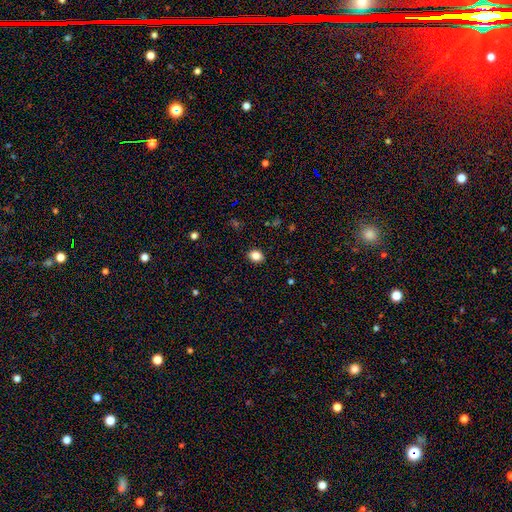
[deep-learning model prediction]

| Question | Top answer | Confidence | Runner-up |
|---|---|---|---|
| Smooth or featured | smooth | 85% | star or artifact (10%) |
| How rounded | in between | 53% | round (46%) |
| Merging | none | 89% | minor disturbance (8%) |